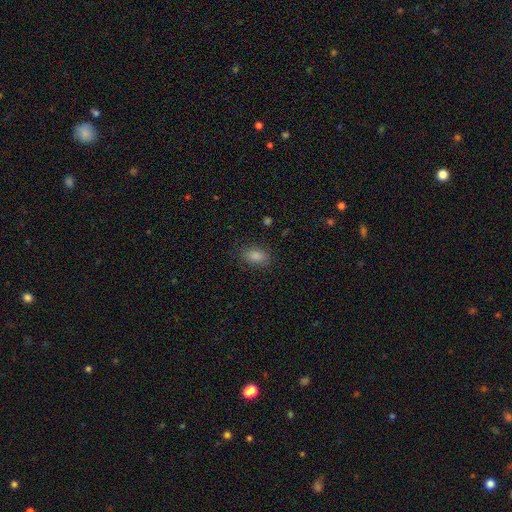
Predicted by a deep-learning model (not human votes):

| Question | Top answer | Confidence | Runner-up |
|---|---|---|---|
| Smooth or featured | smooth | 81% | star or artifact (13%) |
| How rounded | in between | 87% | round (10%) |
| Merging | none | 85% | minor disturbance (11%) |